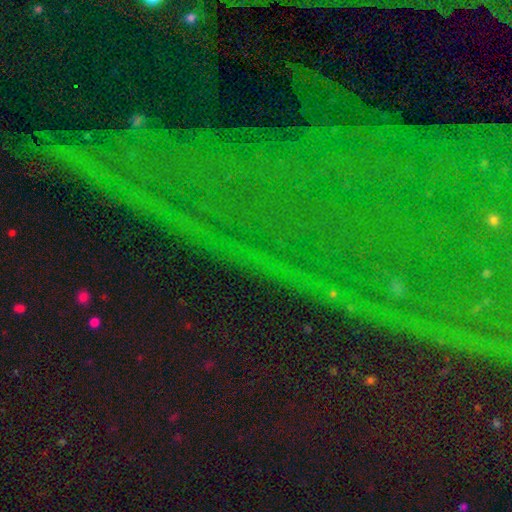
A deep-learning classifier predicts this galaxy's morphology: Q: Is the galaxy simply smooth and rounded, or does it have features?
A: star or artifact — 85%.